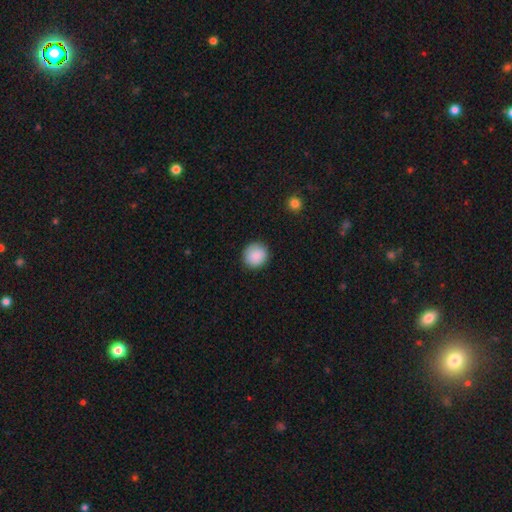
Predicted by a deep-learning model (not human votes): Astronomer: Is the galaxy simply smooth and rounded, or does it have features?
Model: smooth — 89%.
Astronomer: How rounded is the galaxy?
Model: round — 89%.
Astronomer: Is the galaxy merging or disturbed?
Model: none — 90%.